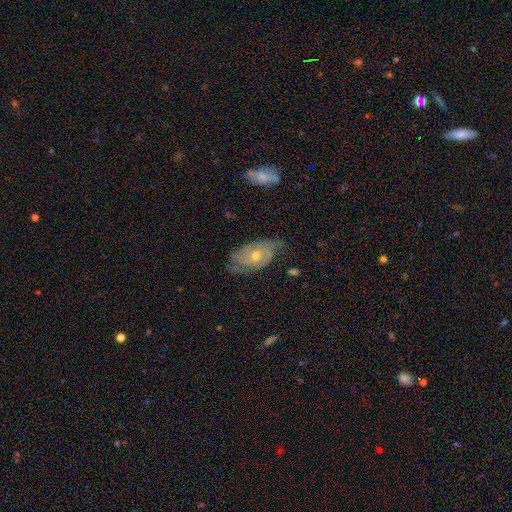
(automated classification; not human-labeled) This is likely a featured or disk galaxy (69%). It is clearly not viewed edge-on (93%). Bar: likely no (77%). Spiral arm pattern: clearly yes (81%). Spiral arm count: possibly 2 (47%). Spiral winding: possibly tight (50%). Central bulge: possibly moderate (56%). Merging: possibly none (59%).